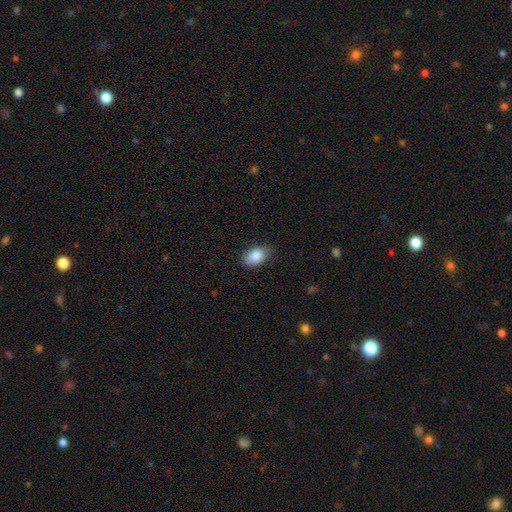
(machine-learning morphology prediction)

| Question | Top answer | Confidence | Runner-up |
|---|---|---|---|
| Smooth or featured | smooth | 87% | star or artifact (7%) |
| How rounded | in between | 89% | round (10%) |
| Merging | none | 79% | minor disturbance (17%) |